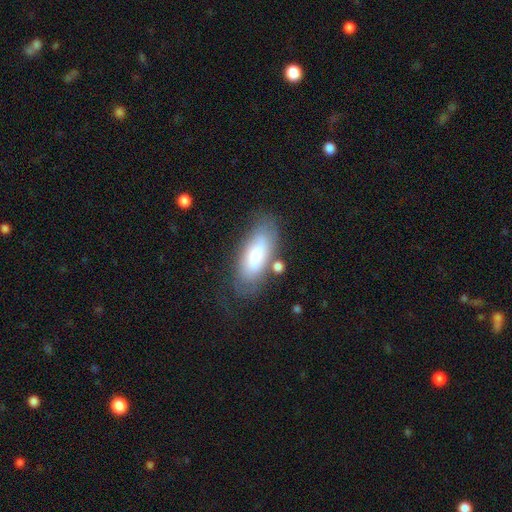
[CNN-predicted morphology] smooth 62%, featured or disk 31%, star or artifact 7%. Down the decision tree: how rounded — in between (80%); merging — none (64%).